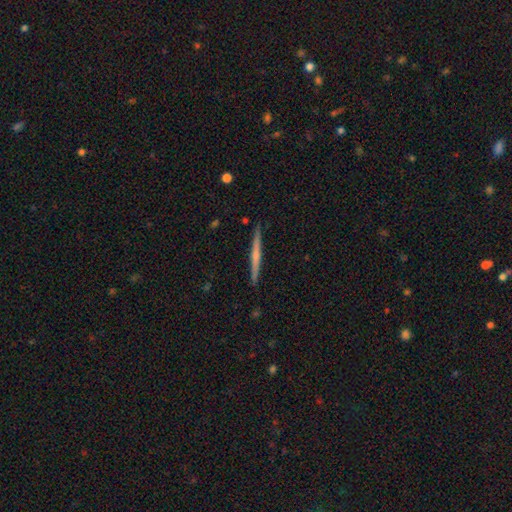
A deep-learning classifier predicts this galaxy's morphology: Smooth or featured? Predicted: featured or disk (p=0.55). Edge-on disk? Predicted: yes (p=0.98). Edge-on bulge? Predicted: none (p=0.62). Merging? Predicted: none (p=0.92).